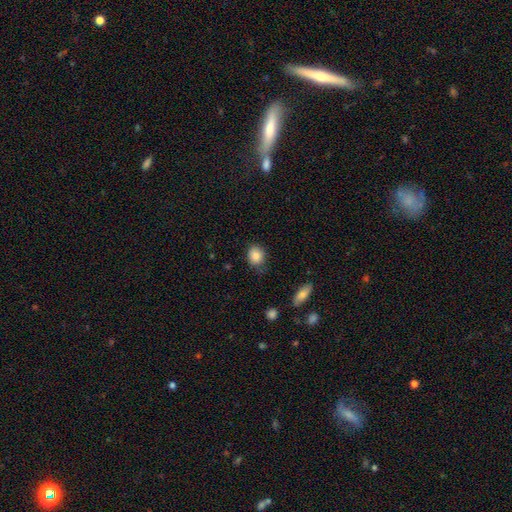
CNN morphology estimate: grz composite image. It shows a smooth galaxy with no disk features (86%) that is round (62%). Merging: none (78%).